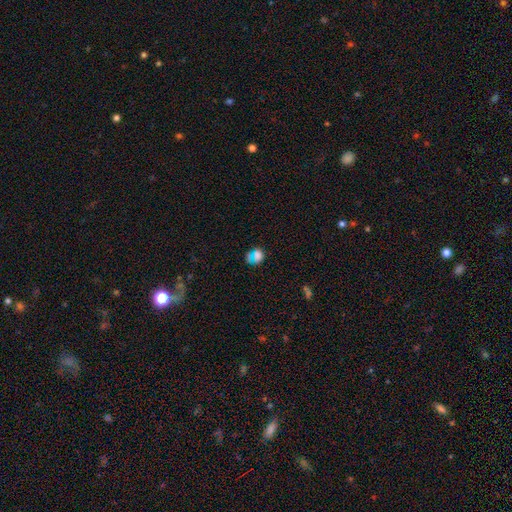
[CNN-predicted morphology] smooth-or-featured: smooth: 61% | star or artifact: 30% | featured or disk: 9%
  how-rounded: round: 70% | in between: 28% | cigar-shaped: 2%
  merging: none: 59% | merger: 20% | minor disturbance: 13% | major disturbance: 8%